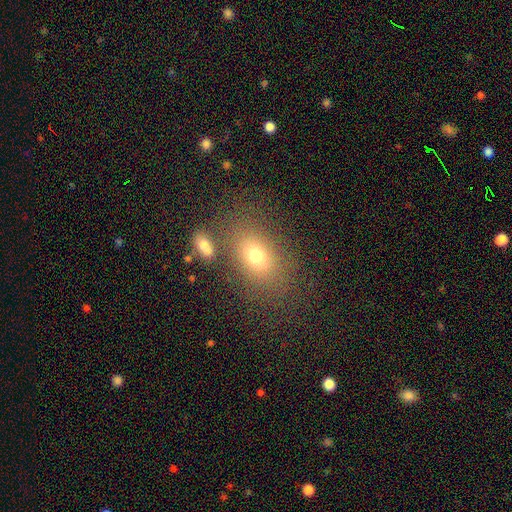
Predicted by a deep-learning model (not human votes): This appears to be a smooth galaxy with no disk features (71%) that is in between round and cigar-shaped (80%). Merging: none (71%).